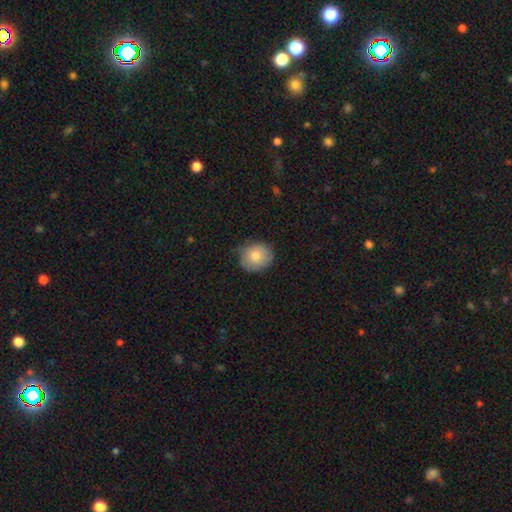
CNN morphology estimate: This is likely a smooth galaxy (77%). How rounded: likely round (79%). Merging: likely none (71%).